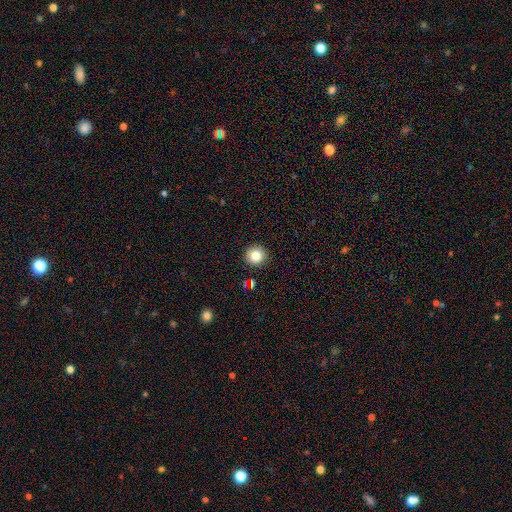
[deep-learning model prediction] Smooth or featured: smooth — 83% (star or artifact — 10%)
How rounded: round — 94% (in between — 5%)
Merging: none — 92% (minor disturbance — 5%)